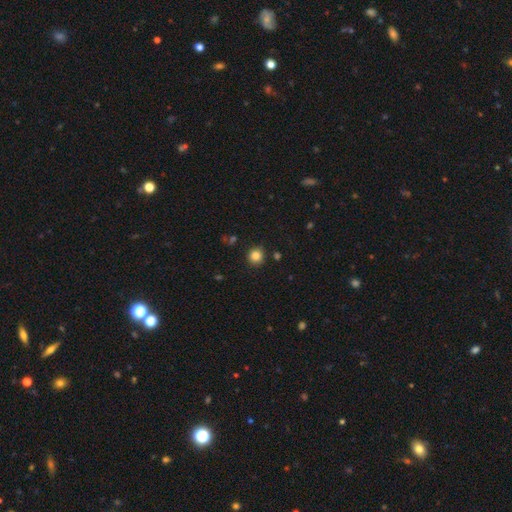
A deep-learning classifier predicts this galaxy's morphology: Smooth or featured? smooth (84%)
How rounded? round (92%)
Merging? none (90%)